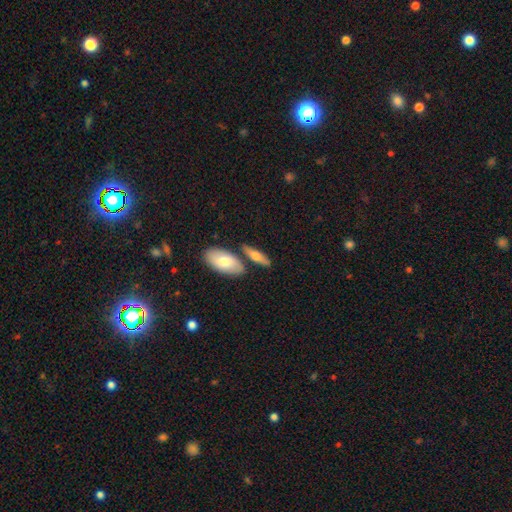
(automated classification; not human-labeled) Q: Smooth or featured?
A: smooth (62%); runner-up: featured or disk (32%)
Q: How rounded?
A: in between (60%); runner-up: cigar-shaped (36%)
Q: Merging?
A: none (70%); runner-up: merger (15%)